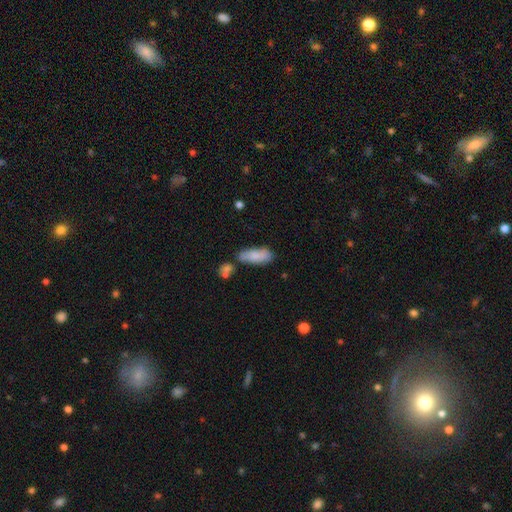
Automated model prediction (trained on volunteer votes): Smooth or featured? smooth (82%)
How rounded? in between (70%)
Merging? none (58%)